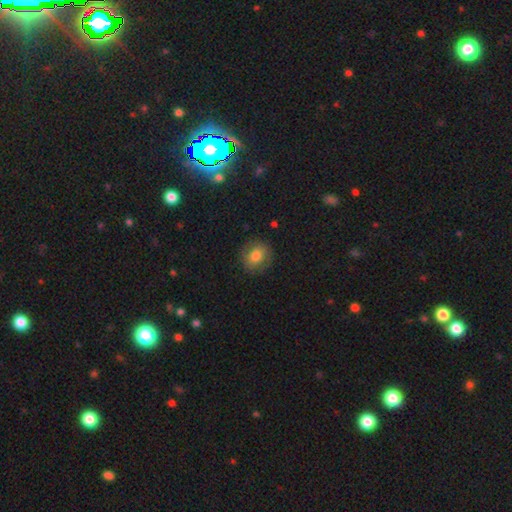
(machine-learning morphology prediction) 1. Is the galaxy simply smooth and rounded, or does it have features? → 76% smooth, 15% featured or disk, 9% star or artifact.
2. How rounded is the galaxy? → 75% round, 24% in between, 1% cigar-shaped.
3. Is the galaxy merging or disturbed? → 84% none, 11% minor disturbance, 3% major disturbance, 1% merger.